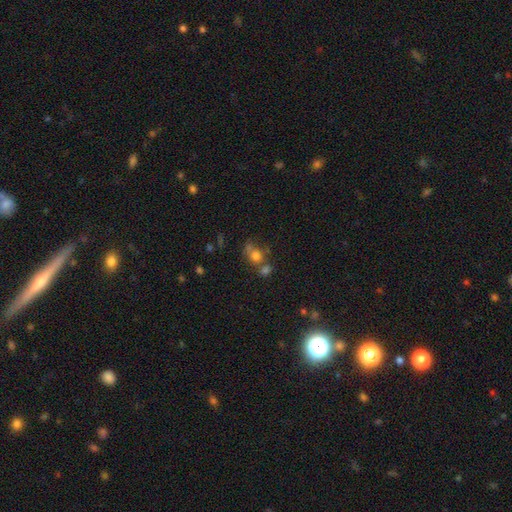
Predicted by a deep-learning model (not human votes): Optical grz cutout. It shows a smooth galaxy with no disk features (72%) that is round (68%). Merging: merger (39%).